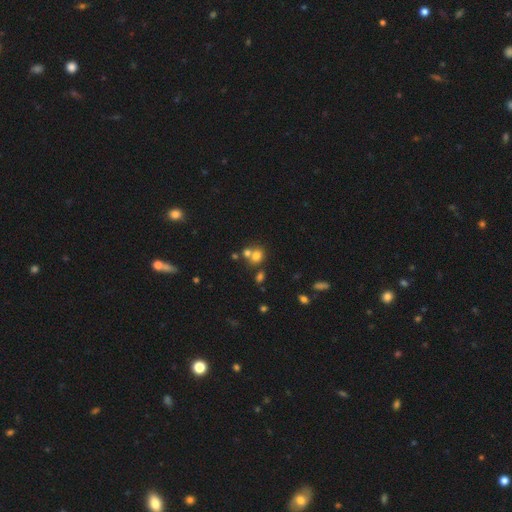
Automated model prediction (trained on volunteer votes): This appears to be a smooth galaxy with no disk features (71%) that is round (71%). Merging: none (46%).